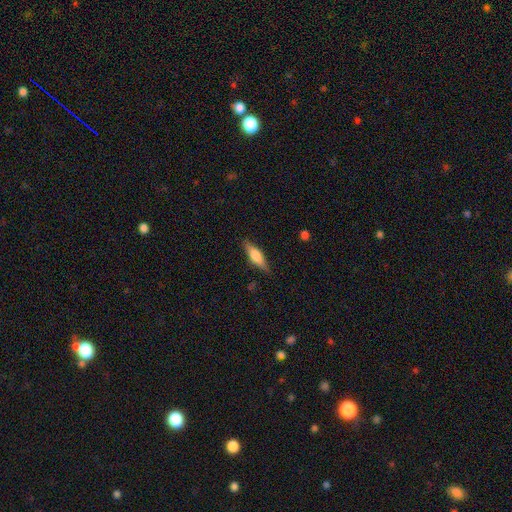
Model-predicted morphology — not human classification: Smooth or featured: smooth — 55% (featured or disk — 39%)
How rounded: cigar-shaped — 58% (in between — 39%)
Merging: none — 85% (minor disturbance — 11%)